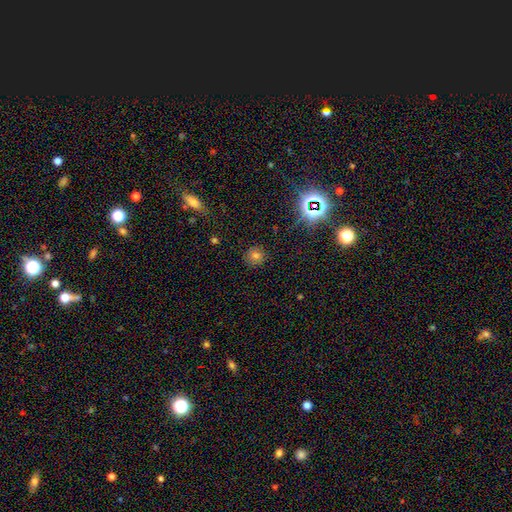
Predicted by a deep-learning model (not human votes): The model was most divided on "smooth or featured": smooth: 69%, star or artifact: 21%, featured or disk: 10%. More confident: how rounded — round (91%); merging — none (88%).